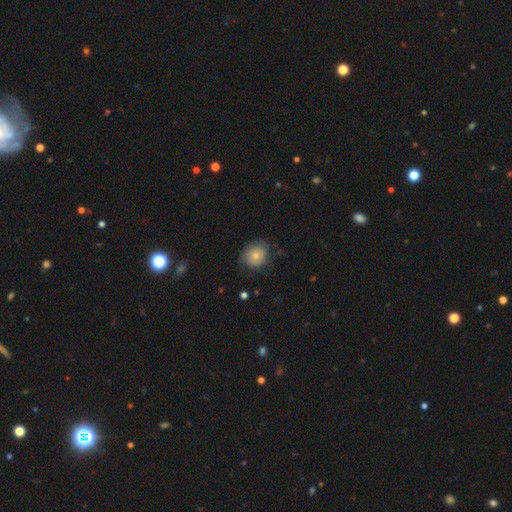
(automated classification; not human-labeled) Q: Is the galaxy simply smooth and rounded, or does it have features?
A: smooth — 76%.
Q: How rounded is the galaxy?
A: round — 70%.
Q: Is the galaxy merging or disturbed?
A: none — 66%.